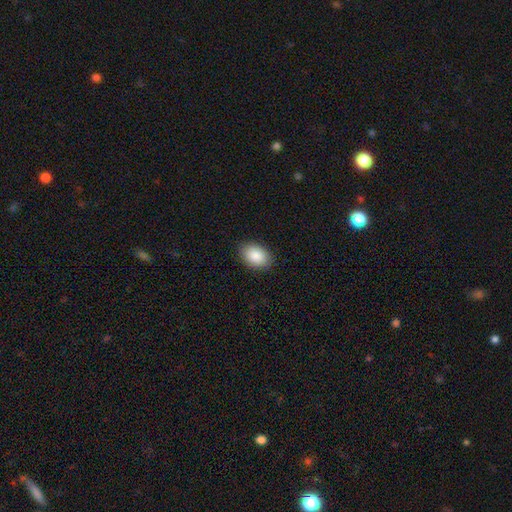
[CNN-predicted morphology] type=smooth (88%); roundness=in between (86%); merging=none (88%).